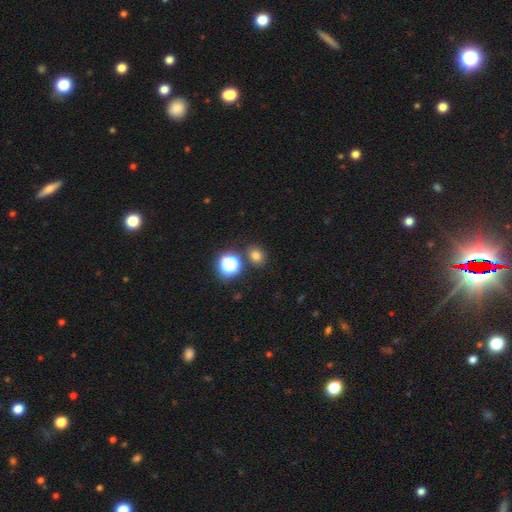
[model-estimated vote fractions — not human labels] Q: Smooth or featured?
A: smooth (72%); runner-up: star or artifact (21%)
Q: How rounded?
A: round (63%); runner-up: in between (36%)
Q: Merging?
A: none (81%); runner-up: minor disturbance (9%)